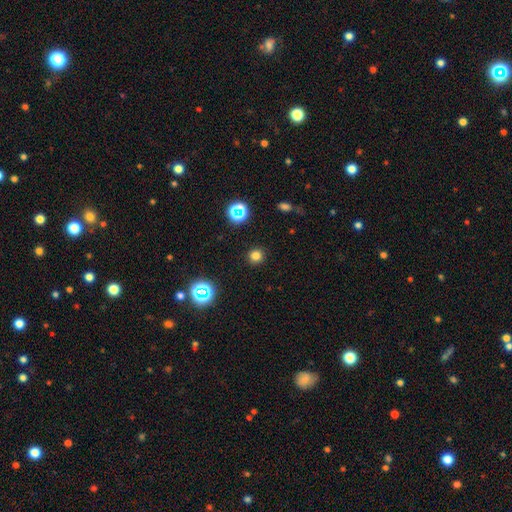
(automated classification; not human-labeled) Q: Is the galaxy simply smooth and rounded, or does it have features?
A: smooth — 76%.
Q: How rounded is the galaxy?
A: round — 93%.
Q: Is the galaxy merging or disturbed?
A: none — 91%.